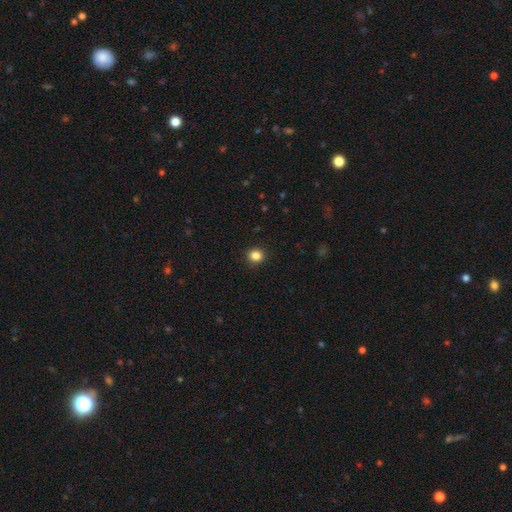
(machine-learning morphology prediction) smooth-or-featured: smooth: 85% | star or artifact: 11% | featured or disk: 4%
  how-rounded: round: 87% | in between: 12% | cigar-shaped: 1%
  merging: none: 92% | minor disturbance: 5% | major disturbance: 2% | merger: 1%